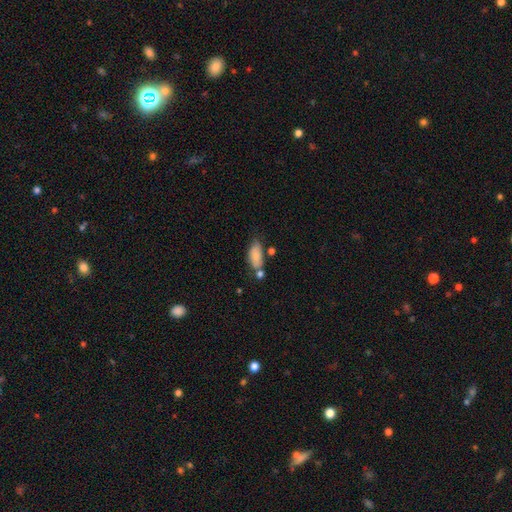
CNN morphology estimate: A smooth galaxy with no disk features (81%) that is in between round and cigar-shaped (88%). Merging: none (53%).